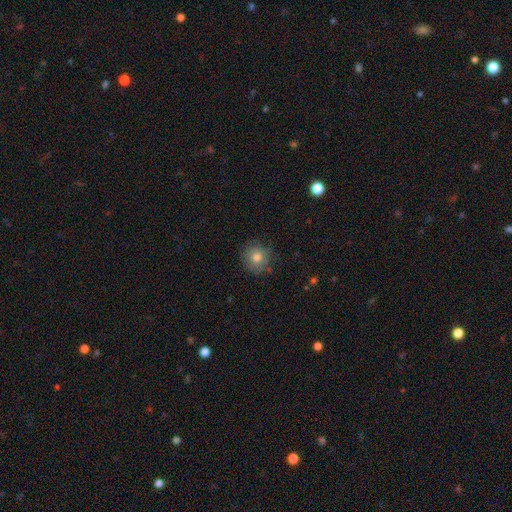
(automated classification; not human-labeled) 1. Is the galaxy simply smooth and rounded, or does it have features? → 68% smooth, 16% star or artifact, 16% featured or disk.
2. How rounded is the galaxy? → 92% round, 7% in between, 1% cigar-shaped.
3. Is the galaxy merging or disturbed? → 85% none, 10% minor disturbance, 3% major disturbance, 1% merger.